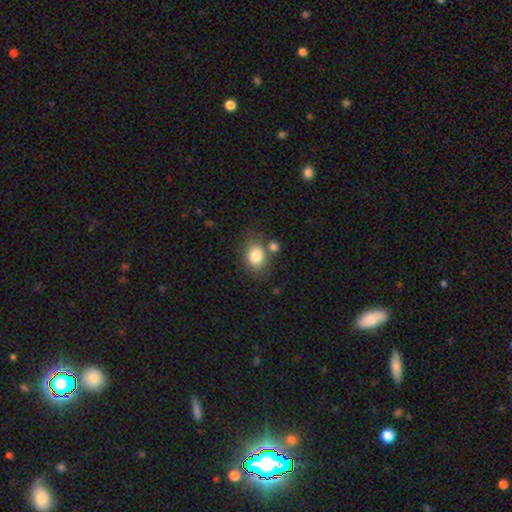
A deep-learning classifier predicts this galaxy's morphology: Overall: smooth (82%). How rounded: in between (62%; round 37%). Merging: none (66%).